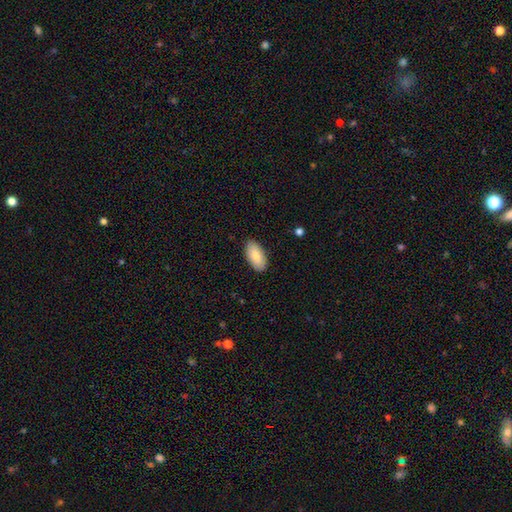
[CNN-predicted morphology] smooth 84%, featured or disk 10%, star or artifact 6%. Down the decision tree: how rounded — in between (94%); merging — none (88%).